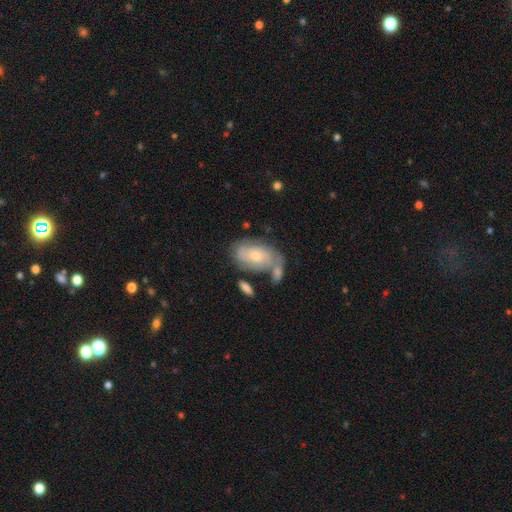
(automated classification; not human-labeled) A featured or disk galaxy (51%).

Vote fractions:
- Smooth or featured? featured or disk: 51% / smooth: 42% / star or artifact: 7%
- Edge-on disk? no: 93% / yes: 7%
- Merging? none: 47% / merger: 22% / minor disturbance: 21% / major disturbance: 11%